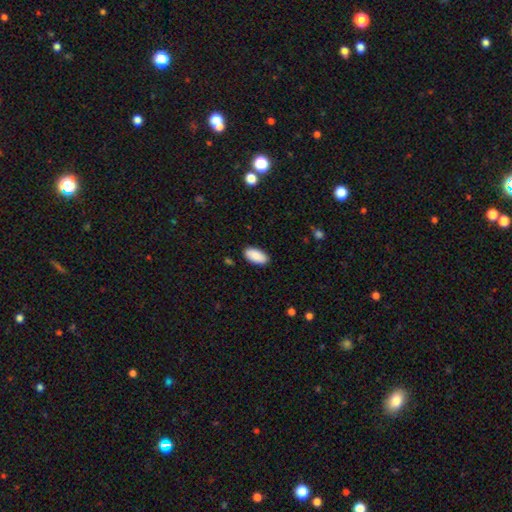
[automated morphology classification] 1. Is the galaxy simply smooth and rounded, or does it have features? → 90% smooth, 6% star or artifact, 4% featured or disk.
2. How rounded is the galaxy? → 94% in between, 4% cigar-shaped, 2% round.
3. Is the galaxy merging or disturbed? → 88% none, 9% minor disturbance, 2% major disturbance, 1% merger.